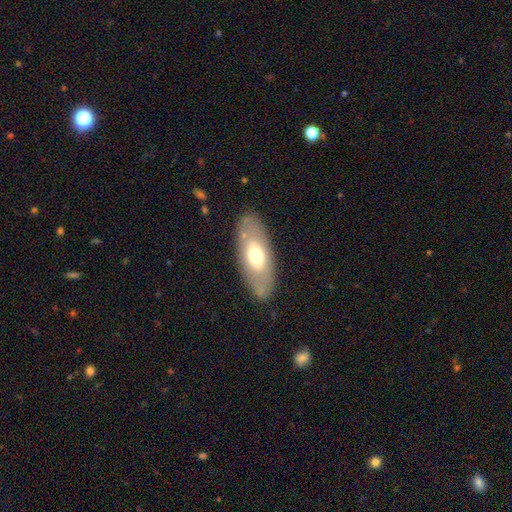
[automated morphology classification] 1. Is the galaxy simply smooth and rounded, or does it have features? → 56% smooth, 38% featured or disk, 6% star or artifact.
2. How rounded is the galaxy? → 84% in between, 13% cigar-shaped, 3% round.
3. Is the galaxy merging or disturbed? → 81% none, 13% minor disturbance, 5% major disturbance, 2% merger.